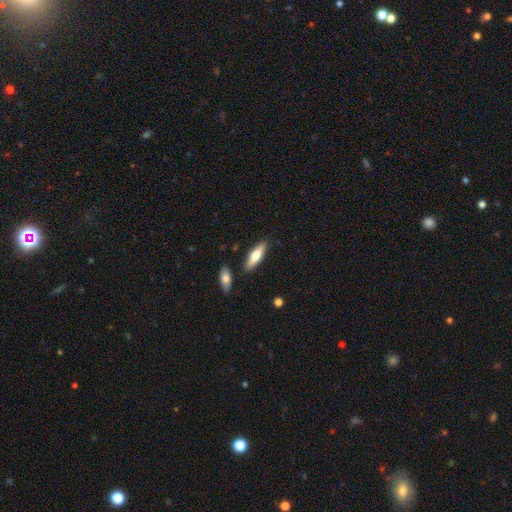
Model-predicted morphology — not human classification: A smooth galaxy with no disk features (61%) that is cigar-shaped (56%). Merging: none (85%).